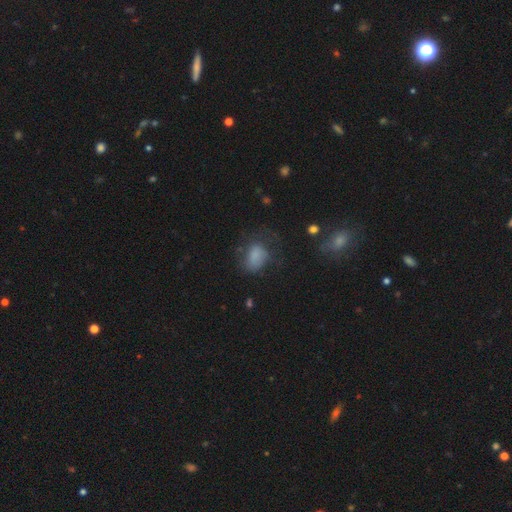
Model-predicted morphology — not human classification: Smooth or featured: smooth — 73% (featured or disk — 16%)
How rounded: in between — 73% (round — 25%)
Merging: none — 40% (major disturbance — 31%)